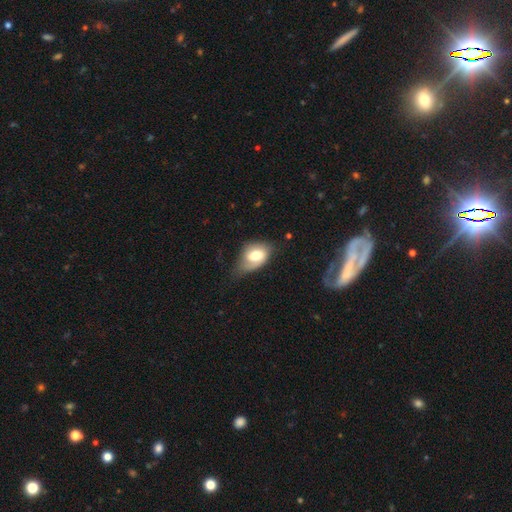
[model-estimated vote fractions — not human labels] A smooth galaxy with no disk features (61%) that is in between round and cigar-shaped (79%).

Vote fractions:
- Smooth or featured? smooth: 61% / featured or disk: 32% / star or artifact: 7%
- How rounded? in between: 79% / round: 20% / cigar-shaped: 1%
- Merging? minor disturbance: 42% / none: 36% / major disturbance: 19% / merger: 2%